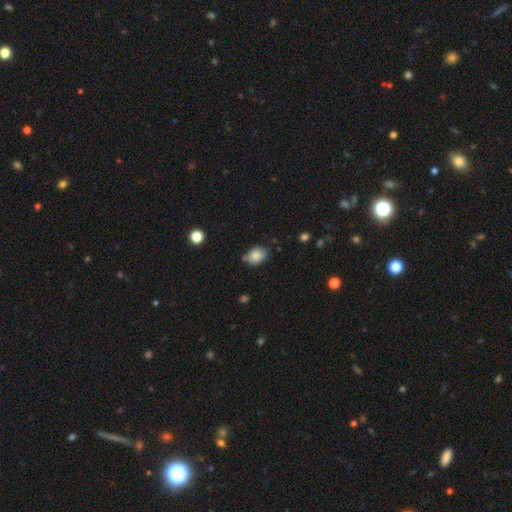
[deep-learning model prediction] smooth-or-featured: smooth: 84% | star or artifact: 8% | featured or disk: 8%
  how-rounded: in between: 72% | round: 27% | cigar-shaped: 1%
  merging: none: 69% | minor disturbance: 23% | merger: 4% | major disturbance: 4%